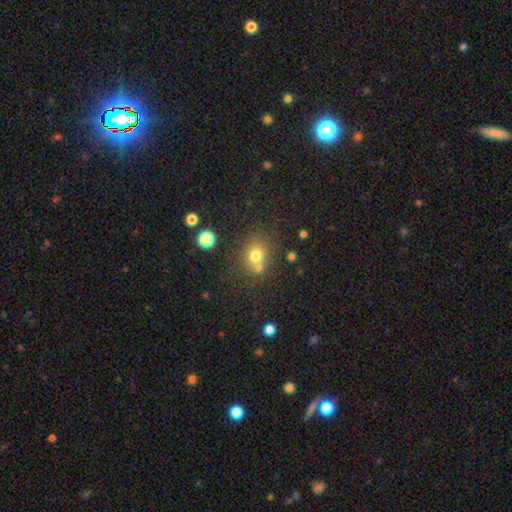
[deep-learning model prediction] A smooth galaxy with no disk features (72%) that is round (67%).

Vote fractions:
- Smooth or featured? smooth: 72% / star or artifact: 16% / featured or disk: 12%
- How rounded? round: 67% / in between: 32% / cigar-shaped: 1%
- Merging? none: 59% / merger: 24% / minor disturbance: 12% / major disturbance: 5%